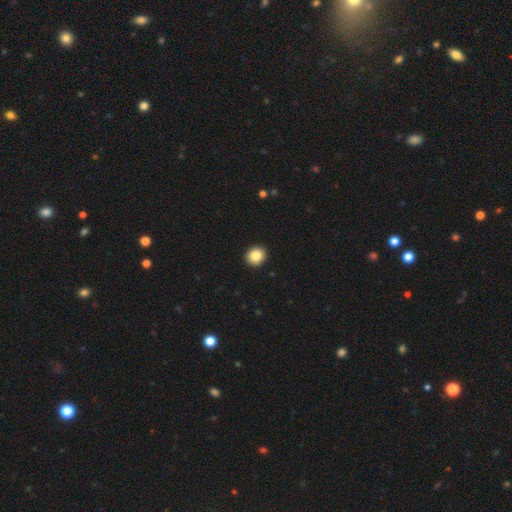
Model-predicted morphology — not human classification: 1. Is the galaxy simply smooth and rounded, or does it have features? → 85% smooth, 9% star or artifact, 6% featured or disk.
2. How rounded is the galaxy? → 88% round, 11% in between, 1% cigar-shaped.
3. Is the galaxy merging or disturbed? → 93% none, 4% minor disturbance, 1% major disturbance, 1% merger.